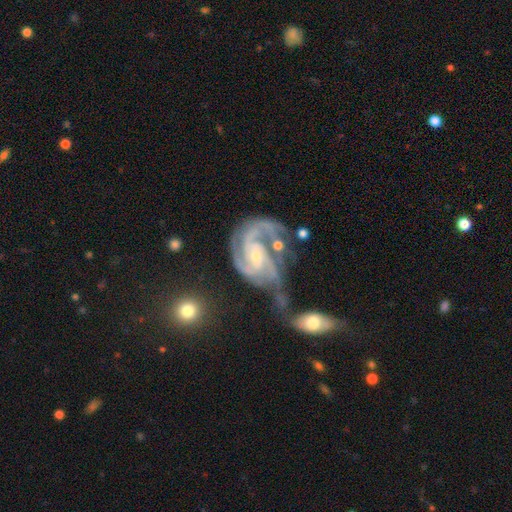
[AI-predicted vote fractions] This is clearly a featured or disk galaxy (92%). It is clearly not viewed edge-on (98%). Bar: possibly no (52%). Spiral arm pattern: clearly yes (98%). Spiral arm count: marginally 3 (44%). Spiral winding: possibly tight (47%). Central bulge: likely small (69%). Merging: marginally none (29%).